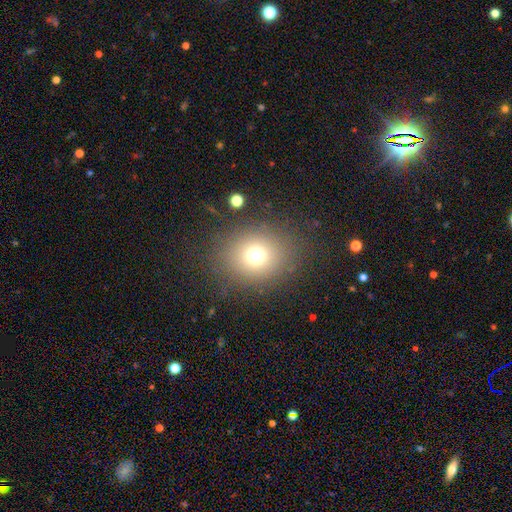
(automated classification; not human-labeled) Smooth or featured? smooth (71%)
How rounded? round (75%)
Merging? none (84%)